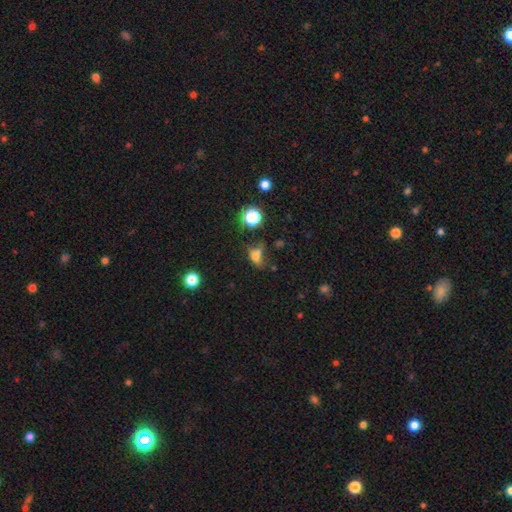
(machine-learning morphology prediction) type=smooth (64%); roundness=in between (66%); merging=none (38%).